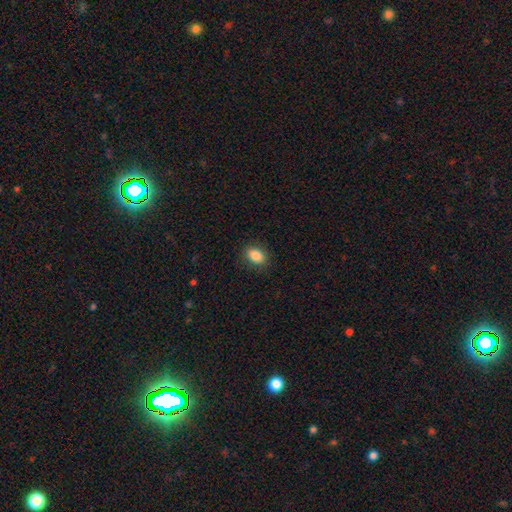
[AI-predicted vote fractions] smooth-or-featured: smooth: 85% | star or artifact: 8% | featured or disk: 7%
  how-rounded: in between: 76% | round: 23% | cigar-shaped: 1%
  merging: none: 87% | minor disturbance: 10% | major disturbance: 3% | merger: 1%